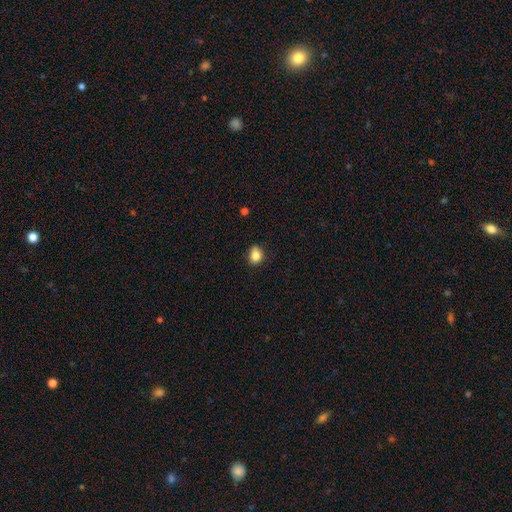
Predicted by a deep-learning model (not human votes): A smooth galaxy with no disk features (83%) that is round (54%).

Vote fractions:
- Smooth or featured? smooth: 83% / star or artifact: 10% / featured or disk: 6%
- How rounded? round: 54% / in between: 45% / cigar-shaped: 1%
- Merging? none: 73% / minor disturbance: 22% / major disturbance: 4% / merger: 2%